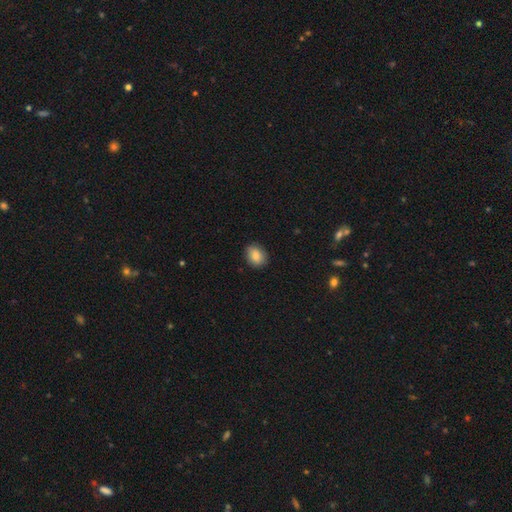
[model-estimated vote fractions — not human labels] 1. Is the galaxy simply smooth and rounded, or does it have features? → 86% smooth, 8% star or artifact, 6% featured or disk.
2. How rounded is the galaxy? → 57% in between, 42% round, 1% cigar-shaped.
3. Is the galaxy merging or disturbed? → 86% none, 11% minor disturbance, 2% major disturbance, 1% merger.